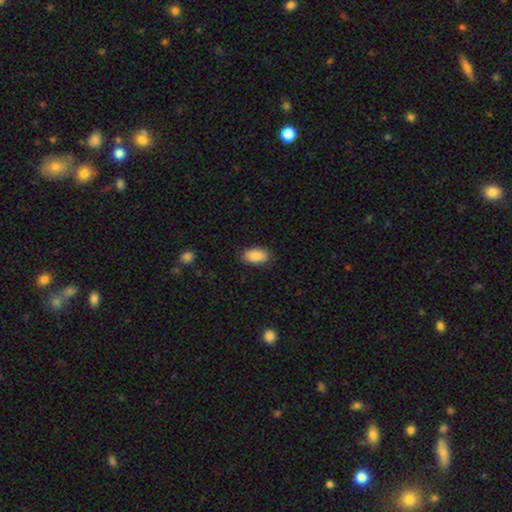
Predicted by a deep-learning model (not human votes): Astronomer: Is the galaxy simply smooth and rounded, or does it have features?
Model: smooth — 87%.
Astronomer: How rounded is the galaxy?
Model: in between — 94%.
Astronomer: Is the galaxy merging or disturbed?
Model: none — 84%.